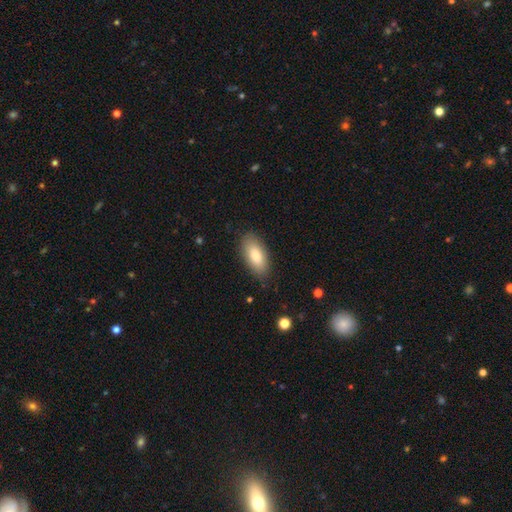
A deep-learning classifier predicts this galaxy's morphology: This appears to be a smooth galaxy with no disk features (82%) that is in between round and cigar-shaped (89%). Merging: none (85%).